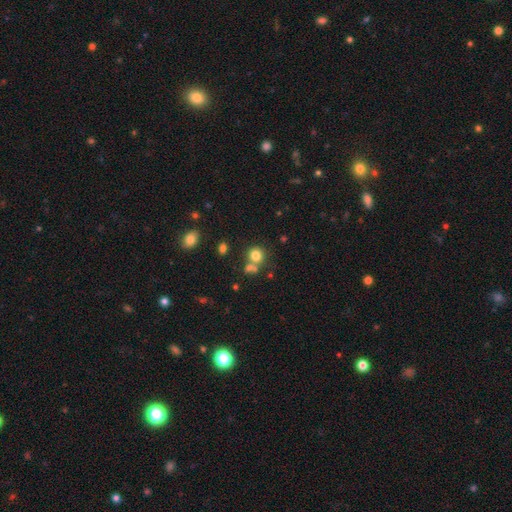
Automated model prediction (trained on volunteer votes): smooth-or-featured: smooth: 77% | star or artifact: 14% | featured or disk: 9%
  how-rounded: round: 84% | in between: 15% | cigar-shaped: 1%
  merging: none: 58% | merger: 28% | minor disturbance: 9% | major disturbance: 4%